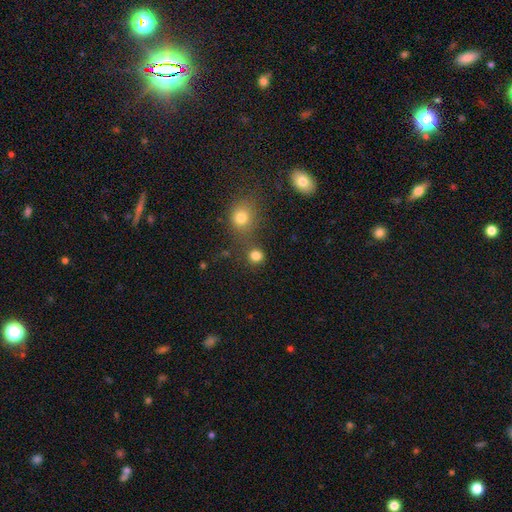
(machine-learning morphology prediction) Smooth or featured? Predicted: smooth (p=0.81). How rounded? Predicted: round (p=0.89). Merging? Predicted: none (p=0.73).